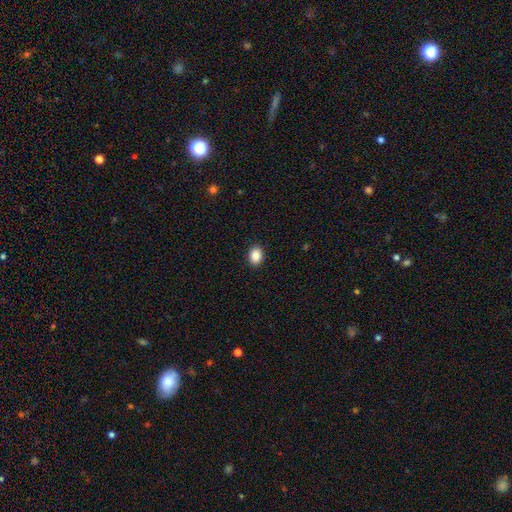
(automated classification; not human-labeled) A smooth galaxy with no disk features (88%) that is in between round and cigar-shaped (64%).

Vote fractions:
- Smooth or featured? smooth: 88% / star or artifact: 9% / featured or disk: 4%
- How rounded? in between: 64% / round: 35% / cigar-shaped: 1%
- Merging? none: 91% / minor disturbance: 6% / major disturbance: 2% / merger: 1%